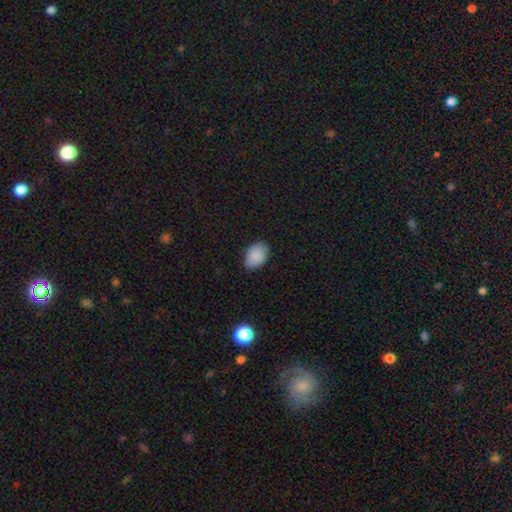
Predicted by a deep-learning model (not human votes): smooth 89%, star or artifact 7%, featured or disk 4%. Down the decision tree: how rounded — in between (83%); merging — none (82%).